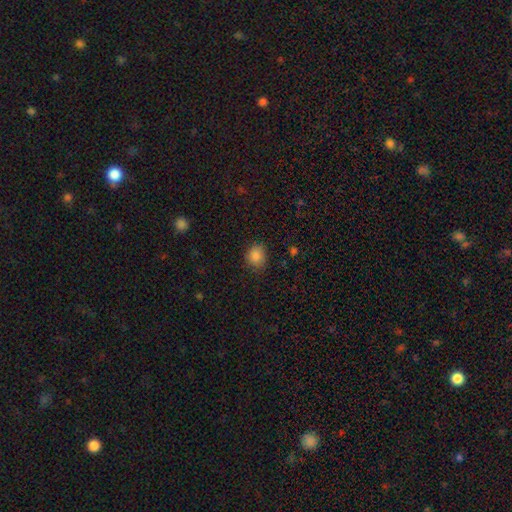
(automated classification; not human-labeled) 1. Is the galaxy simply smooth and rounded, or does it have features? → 86% smooth, 11% star or artifact, 4% featured or disk.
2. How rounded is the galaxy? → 71% round, 28% in between, 1% cigar-shaped.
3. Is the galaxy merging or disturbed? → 80% none, 15% minor disturbance, 4% major disturbance, 1% merger.